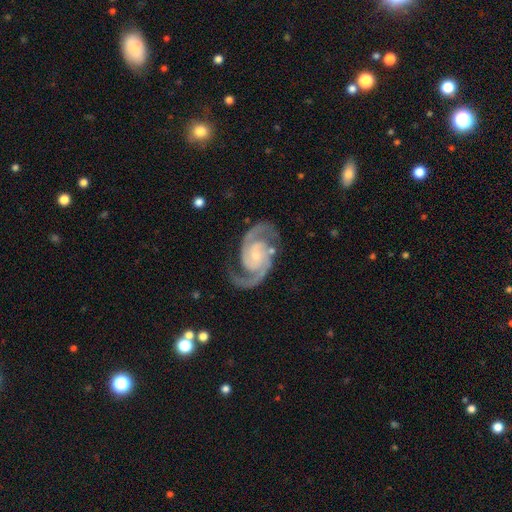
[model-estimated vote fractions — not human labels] smooth-or-featured: featured or disk: 94% | star or artifact: 4% | smooth: 3%
  disk-edge-on: no: 98% | yes: 2%
    bar: no: 59% | weak: 31% | strong: 10%
    has-spiral-arms: yes: 99% | no: 1%
      spiral-winding: medium: 57% | tight: 34% | loose: 10%
      spiral-arm-count: 2: 93% | 3: 2% | can't tell: 2% | 1: 1% | 4: 1% | more than 4: 1%
    bulge-size: small: 71% | moderate: 21% | none: 5% | large: 2% | dominant: 1%
  merging: none: 79% | minor disturbance: 13% | major disturbance: 6% | merger: 2%